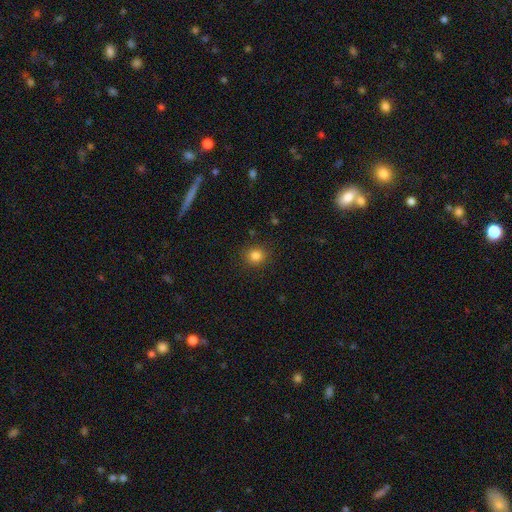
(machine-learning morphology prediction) A smooth galaxy with no disk features (84%) that is round (86%).

Vote fractions:
- Smooth or featured? smooth: 84% / star or artifact: 12% / featured or disk: 5%
- How rounded? round: 86% / in between: 13% / cigar-shaped: 1%
- Merging? none: 89% / minor disturbance: 7% / major disturbance: 3% / merger: 1%